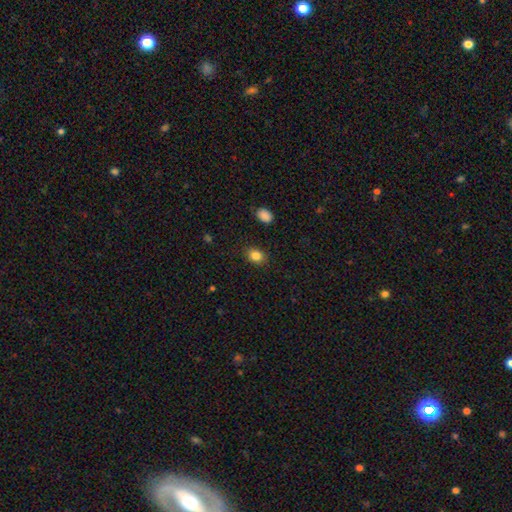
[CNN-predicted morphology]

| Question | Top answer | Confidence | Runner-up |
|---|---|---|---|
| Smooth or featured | smooth | 85% | star or artifact (10%) |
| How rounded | in between | 60% | round (39%) |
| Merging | none | 86% | minor disturbance (10%) |